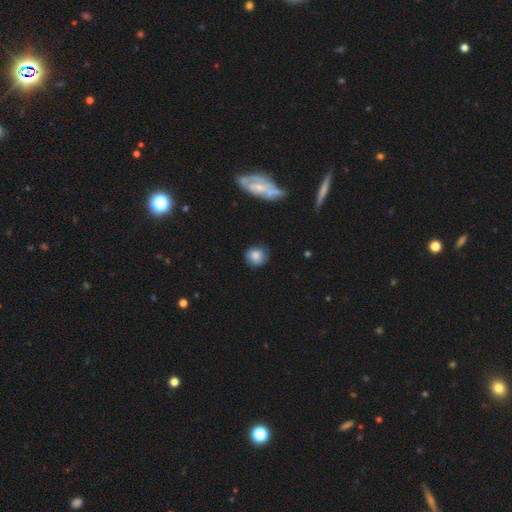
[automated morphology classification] This appears to be a smooth galaxy with no disk features (80%) that is round (86%). Merging: none (80%).